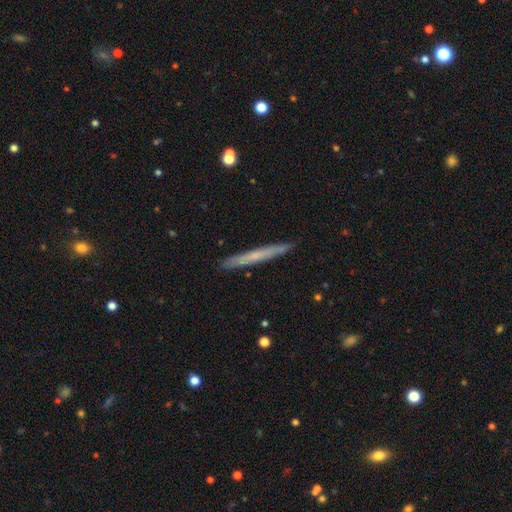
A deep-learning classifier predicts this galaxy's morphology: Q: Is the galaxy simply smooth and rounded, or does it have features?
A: smooth — 49%.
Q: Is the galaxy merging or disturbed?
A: none — 91%.